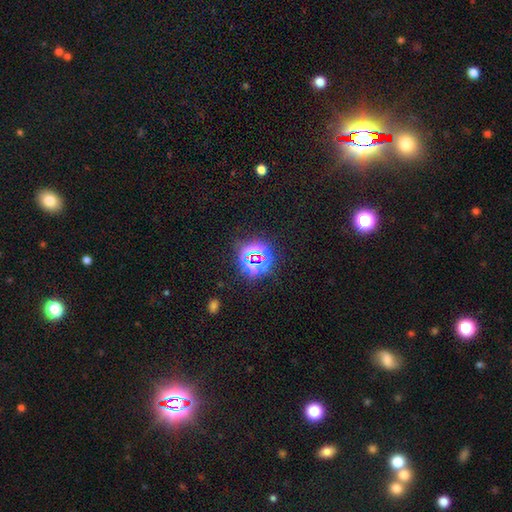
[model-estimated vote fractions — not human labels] A star or artifact, not a galaxy (77%).

Vote fractions:
- Smooth or featured? star or artifact: 77% / smooth: 16% / featured or disk: 8%